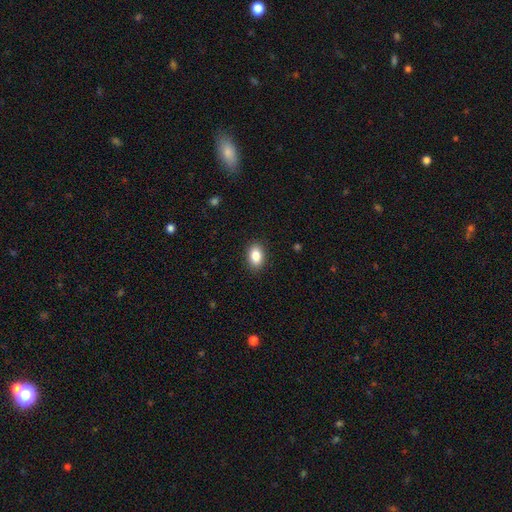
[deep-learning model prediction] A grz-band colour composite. It shows a smooth galaxy with no disk features (86%) that is in between round and cigar-shaped (86%). Merging: none (89%).